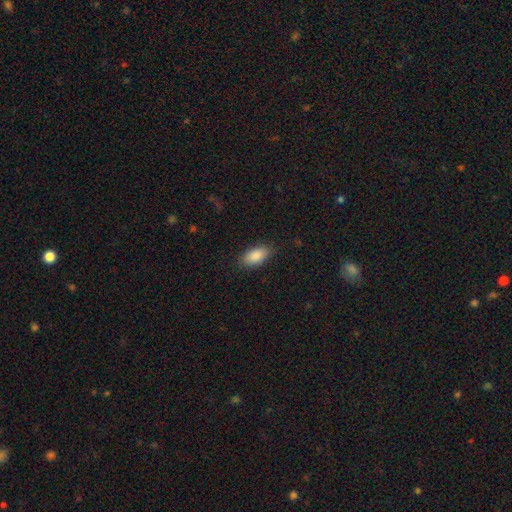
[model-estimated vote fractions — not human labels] Smooth or featured: smooth — 88% (star or artifact — 7%)
How rounded: in between — 92% (cigar-shaped — 5%)
Merging: none — 83% (minor disturbance — 13%)